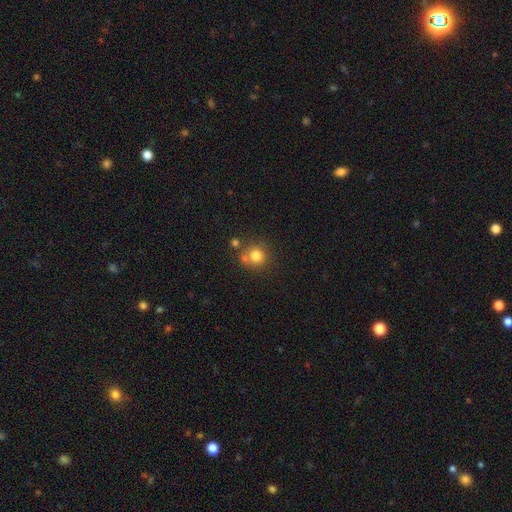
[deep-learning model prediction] smooth_or_featured: smooth (p=0.78) [alt: star or artifact p=0.13]
how_rounded: round (p=0.90) [alt: in between p=0.09]
merging: none (p=0.64) [alt: merger p=0.21]